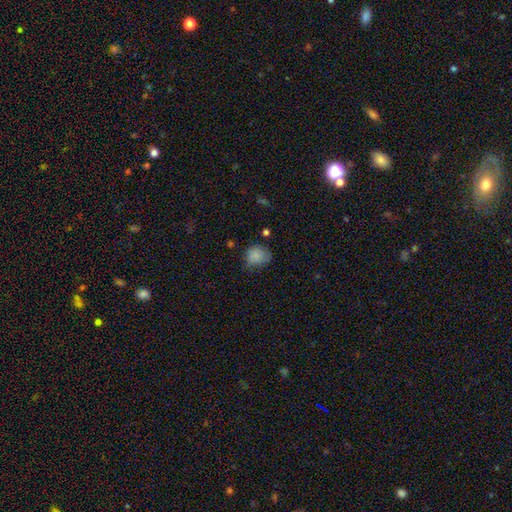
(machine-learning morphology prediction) smooth_or_featured: smooth (p=0.82) [alt: star or artifact p=0.10]
how_rounded: round (p=0.71) [alt: in between p=0.28]
merging: none (p=0.59) [alt: minor disturbance p=0.30]